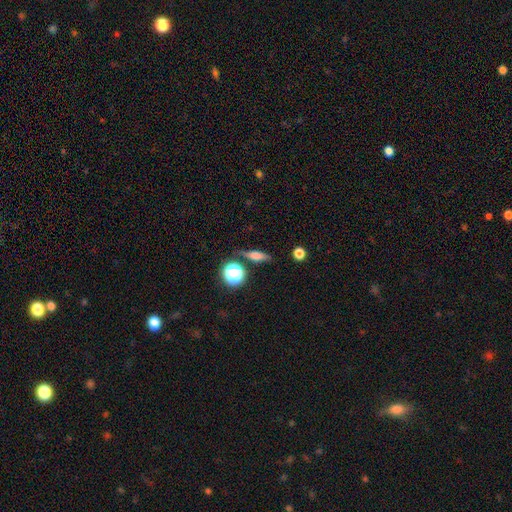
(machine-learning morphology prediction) smooth 50%, featured or disk 37%, star or artifact 13%. Down the decision tree: how rounded — cigar-shaped (49%); merging — none (80%).